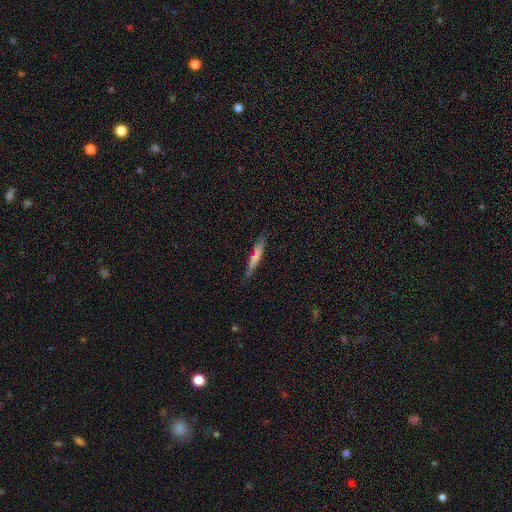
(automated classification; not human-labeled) The model was most divided on "smooth or featured": smooth: 68%, featured or disk: 26%, star or artifact: 6%. More confident: how rounded — cigar-shaped (94%); merging — none (84%).